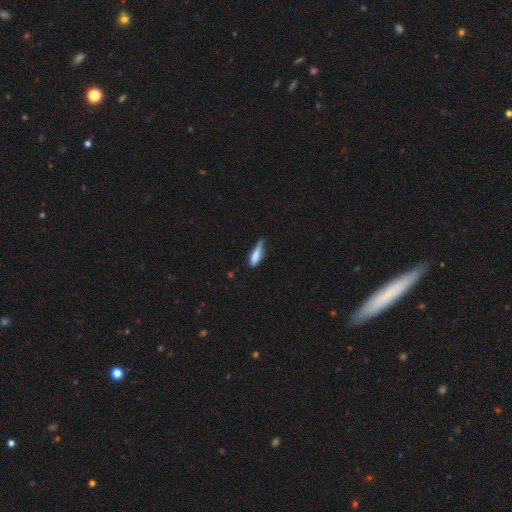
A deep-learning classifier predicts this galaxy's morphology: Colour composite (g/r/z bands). It shows a smooth galaxy with no disk features (77%) that is cigar-shaped (66%). Merging: minor disturbance (42%).